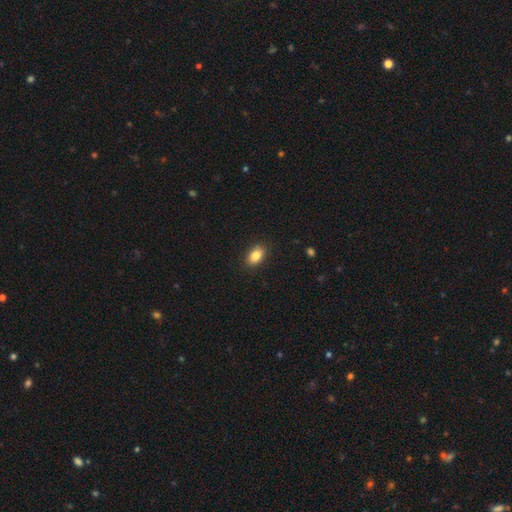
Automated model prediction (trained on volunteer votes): Morphology: type=smooth (85%); roundness=in between (86%); merging=none (88%).